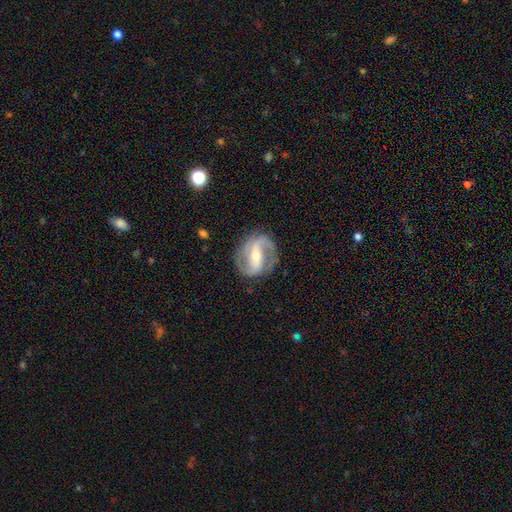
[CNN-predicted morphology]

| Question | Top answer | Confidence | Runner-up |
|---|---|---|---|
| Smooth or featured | featured or disk | 89% | smooth (6%) |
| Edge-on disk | no | 97% | yes (3%) |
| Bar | strong | 54% | weak (32%) |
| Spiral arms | yes | 96% | no (4%) |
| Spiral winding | medium | 53% | tight (27%) |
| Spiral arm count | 2 | 89% | 3 (3%) |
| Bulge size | moderate | 53% | small (42%) |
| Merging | none | 83% | minor disturbance (11%) |